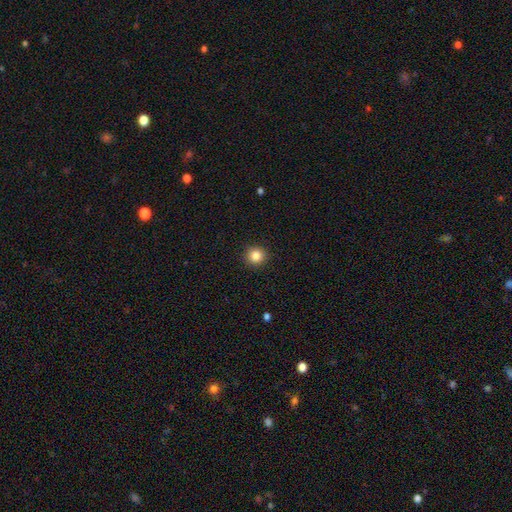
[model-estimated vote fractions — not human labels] Smooth or featured? Predicted: smooth (p=0.85). How rounded? Predicted: round (p=0.92). Merging? Predicted: none (p=0.91).